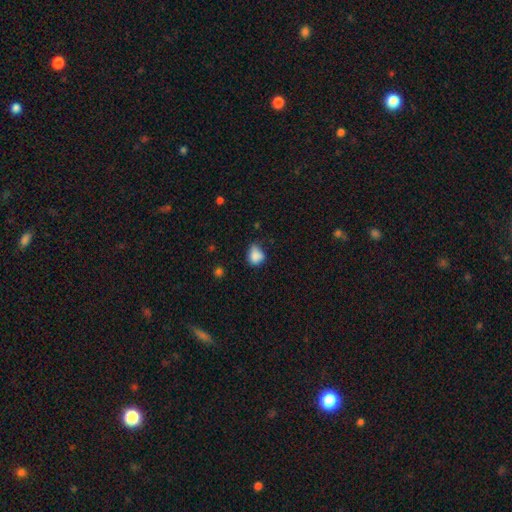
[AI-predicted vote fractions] A smooth galaxy with no disk features (83%) that is in between round and cigar-shaped (53%). Merging: none (43%).